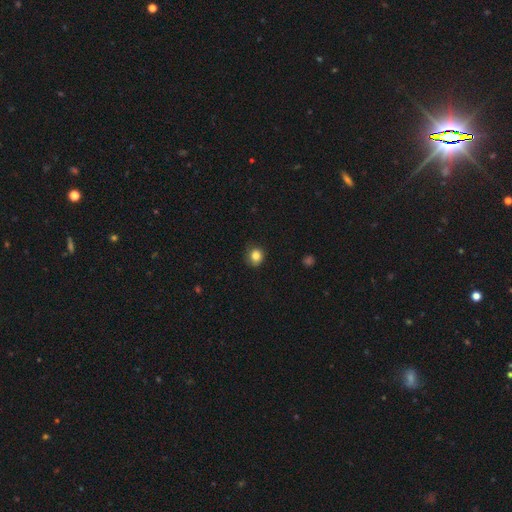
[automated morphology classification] smooth-or-featured: smooth: 84% | star or artifact: 11% | featured or disk: 6%
  how-rounded: round: 79% | in between: 20% | cigar-shaped: 1%
  merging: none: 77% | minor disturbance: 18% | major disturbance: 4% | merger: 1%